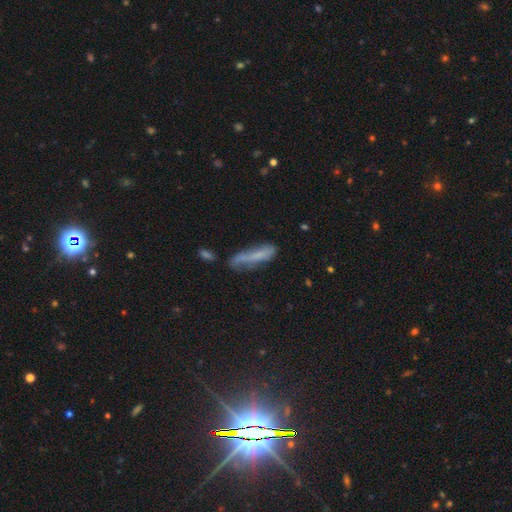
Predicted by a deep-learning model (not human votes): Smooth or featured: smooth — 56% (featured or disk — 32%)
How rounded: cigar-shaped — 80% (in between — 18%)
Merging: none — 53% (minor disturbance — 28%)